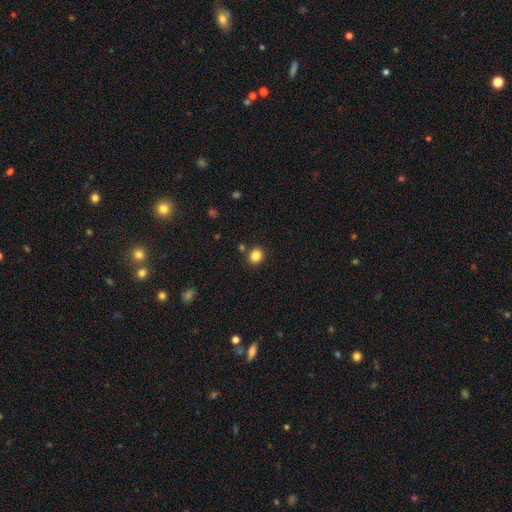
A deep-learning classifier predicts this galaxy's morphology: Smooth or featured: smooth — 85% (star or artifact — 11%)
How rounded: round — 73% (in between — 26%)
Merging: none — 86% (minor disturbance — 7%)